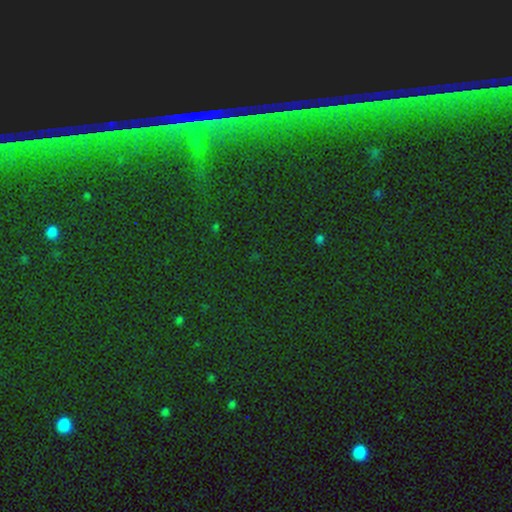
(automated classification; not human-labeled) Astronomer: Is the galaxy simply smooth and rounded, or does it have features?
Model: star or artifact — 84%.